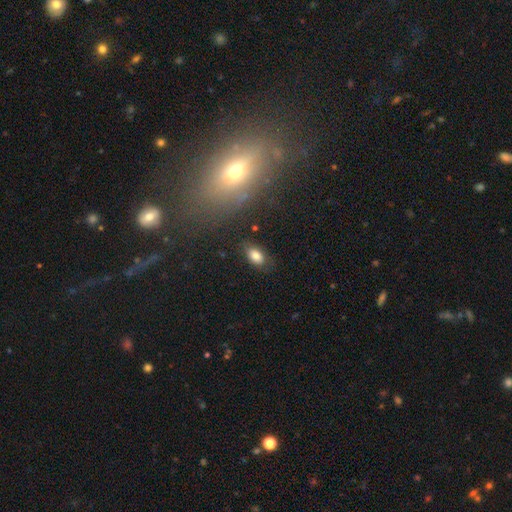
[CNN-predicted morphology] smooth 83%, star or artifact 9%, featured or disk 8%. Down the decision tree: how rounded — in between (91%); merging — none (78%).